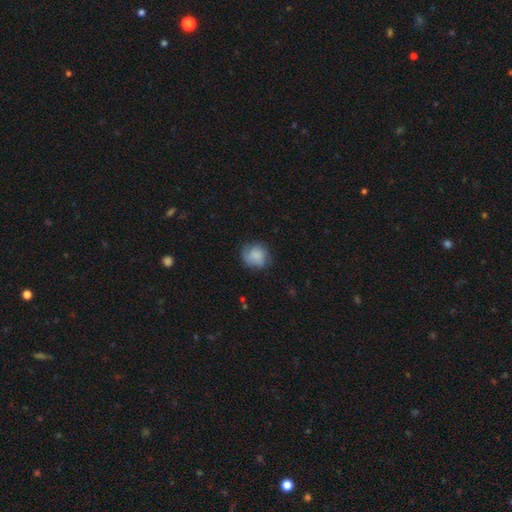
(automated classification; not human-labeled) smooth 78%, featured or disk 15%, star or artifact 8%. Down the decision tree: how rounded — round (80%); merging — none (68%).